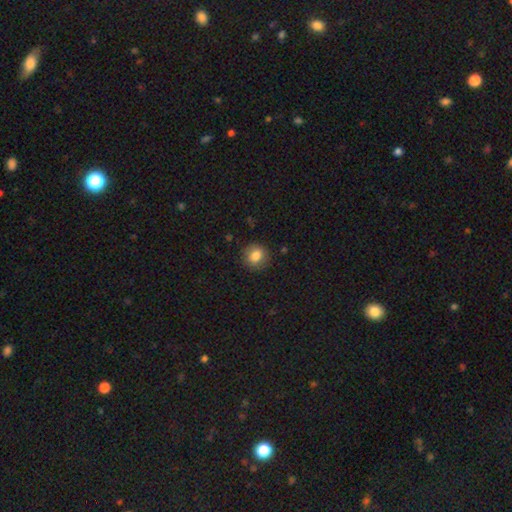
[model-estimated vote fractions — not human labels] Q: Smooth or featured?
A: smooth (82%); runner-up: star or artifact (9%)
Q: How rounded?
A: round (83%); runner-up: in between (16%)
Q: Merging?
A: none (87%); runner-up: minor disturbance (9%)